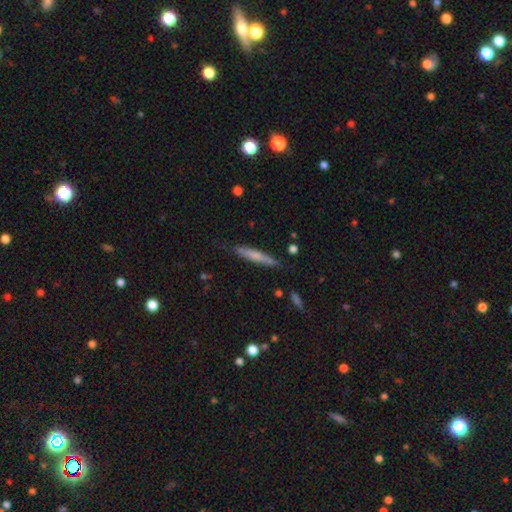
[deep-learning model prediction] smooth_or_featured: smooth (p=0.60) [alt: featured or disk p=0.34]
how_rounded: cigar-shaped (p=0.93) [alt: in between p=0.05]
merging: none (p=0.81) [alt: minor disturbance p=0.15]